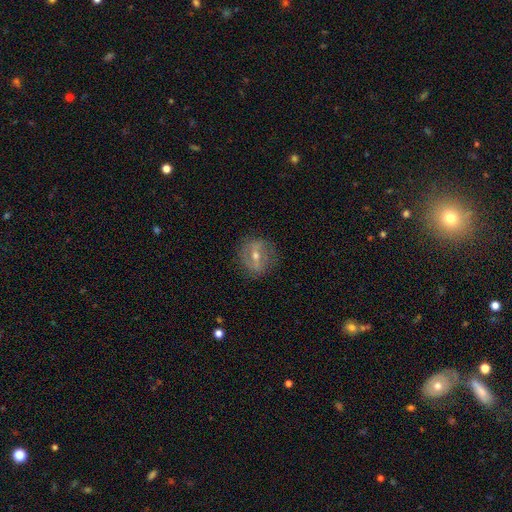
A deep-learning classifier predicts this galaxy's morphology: Q: Smooth or featured?
A: featured or disk (65%); runner-up: smooth (23%)
Q: Edge-on disk?
A: no (92%); runner-up: yes (8%)
Q: Bar?
A: weak (41%); runner-up: strong (36%)
Q: Spiral arms?
A: yes (58%); runner-up: no (42%)
Q: Bulge size?
A: moderate (55%); runner-up: small (41%)
Q: Merging?
A: none (81%); runner-up: minor disturbance (12%)